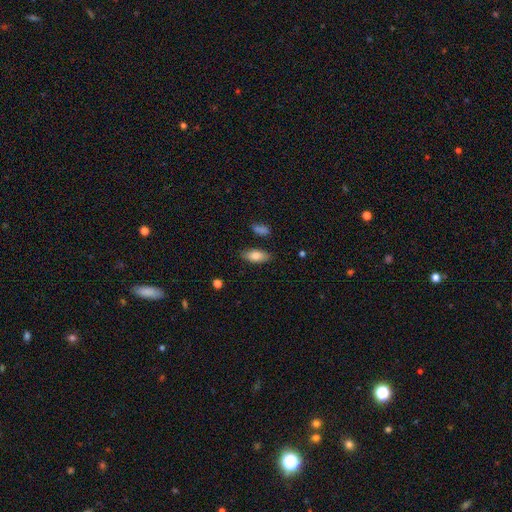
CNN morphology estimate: The model was most divided on "merging": none: 79%, minor disturbance: 15%, major disturbance: 3%, merger: 3%. More confident: how rounded — in between (85%); smooth or featured — smooth (81%).